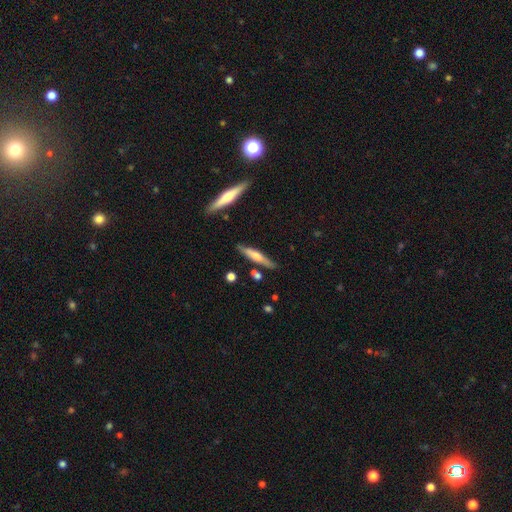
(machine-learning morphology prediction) type=smooth (48%); merging=none (81%).